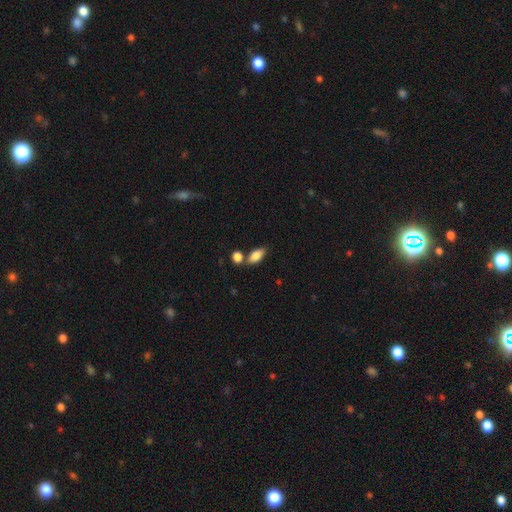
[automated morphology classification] This is clearly a smooth galaxy (84%). How rounded: clearly in between (89%). Merging: likely none (62%).